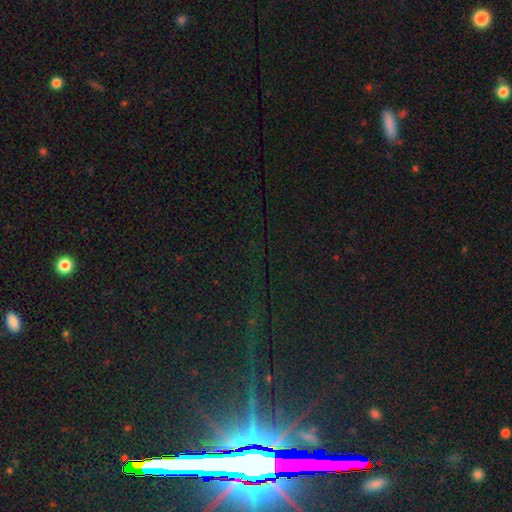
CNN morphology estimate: A star or artifact, not a galaxy (79%).